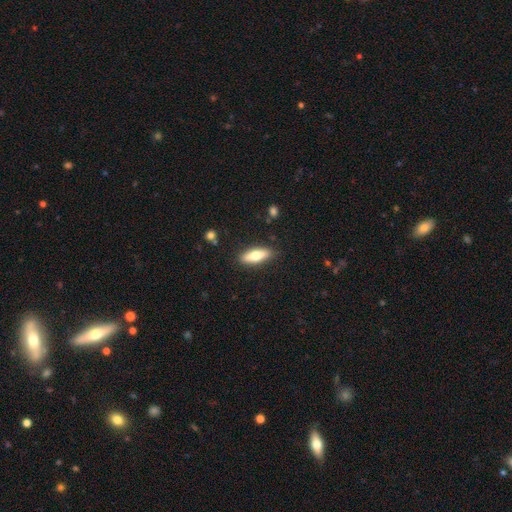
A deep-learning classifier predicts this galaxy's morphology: Overall: smooth (66%; featured or disk 28%). How rounded: in between (55%; cigar-shaped 42%). Merging: none (87%).